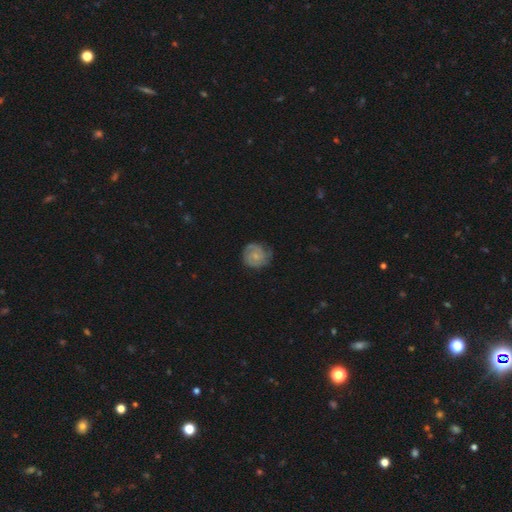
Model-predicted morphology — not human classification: featured or disk 58%, smooth 35%, star or artifact 7%. Down the decision tree: edge-on disk — no (98%); bar — no (75%); spiral arms — yes (87%); bulge size — small (66%); merging — none (72%).